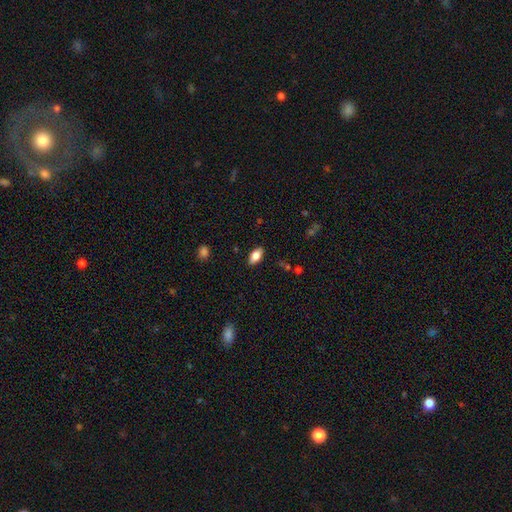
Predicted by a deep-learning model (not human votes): A smooth galaxy with no disk features (78%) that is in between round and cigar-shaped (90%). Merging: none (88%).